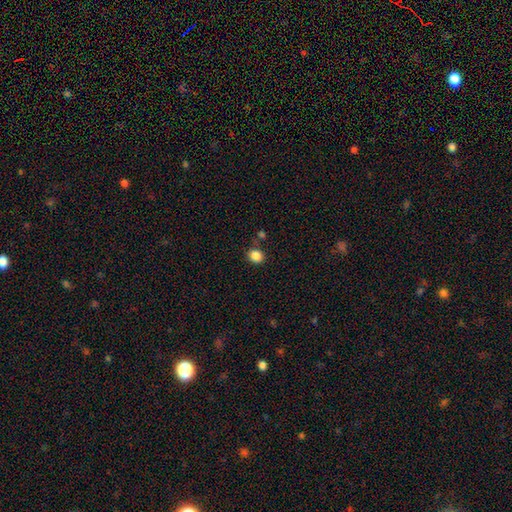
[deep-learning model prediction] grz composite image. It shows a smooth galaxy with no disk features (86%) that is round (76%). Merging: none (80%).